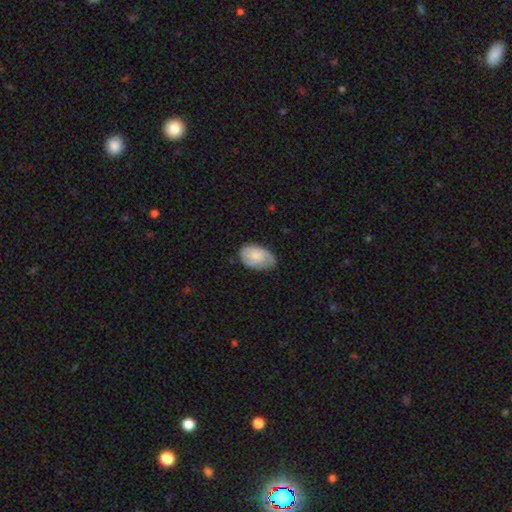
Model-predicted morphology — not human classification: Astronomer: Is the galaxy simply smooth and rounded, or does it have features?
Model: smooth — 62%.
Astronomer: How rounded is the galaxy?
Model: in between — 90%.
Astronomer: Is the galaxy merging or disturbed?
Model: none — 54% (runner-up: minor disturbance, 35%).